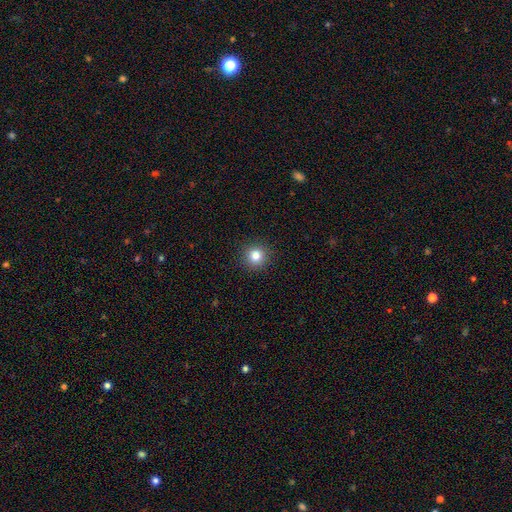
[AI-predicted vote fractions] Smooth or featured?
  - smooth: 81% *
  - star or artifact: 13%
  - featured or disk: 6%
How rounded?
  - round: 95% *
  - in between: 4%
  - cigar-shaped: 1%
Merging?
  - none: 92% *
  - minor disturbance: 5%
  - major disturbance: 2%
  - merger: 1%